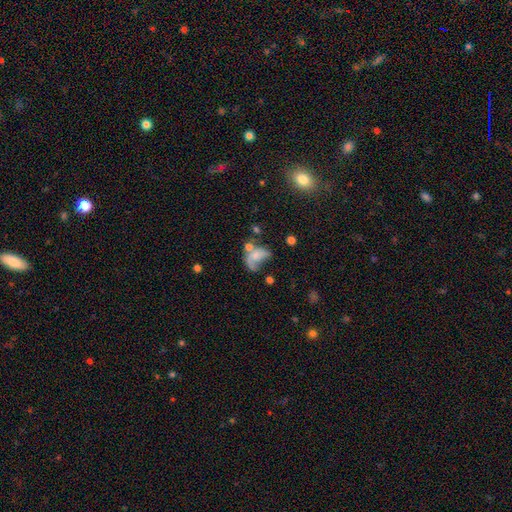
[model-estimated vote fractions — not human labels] Smooth or featured: smooth — 50% (featured or disk — 37%)
Merging: major disturbance — 40% (none — 21%)